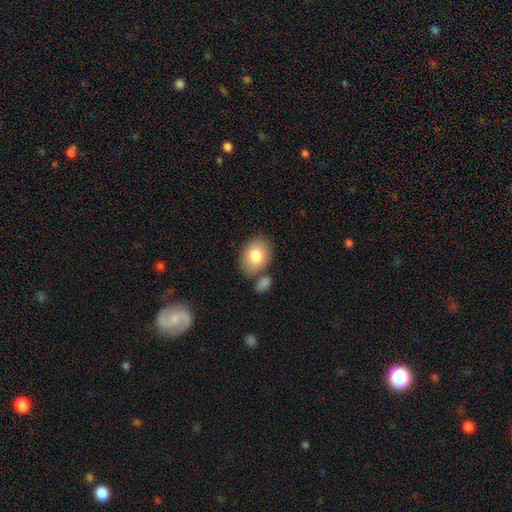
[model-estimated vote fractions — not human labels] This is clearly a smooth galaxy (80%). How rounded: likely in between (72%). Merging: likely none (69%).